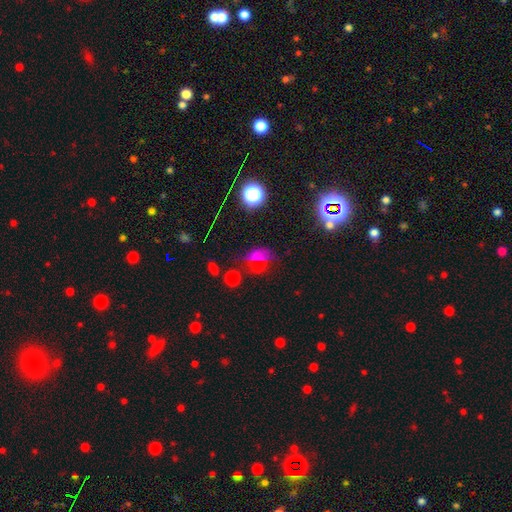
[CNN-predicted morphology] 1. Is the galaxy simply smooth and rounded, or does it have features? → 47% smooth, 38% star or artifact, 15% featured or disk.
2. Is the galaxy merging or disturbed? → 51% none, 21% minor disturbance, 19% major disturbance, 9% merger.